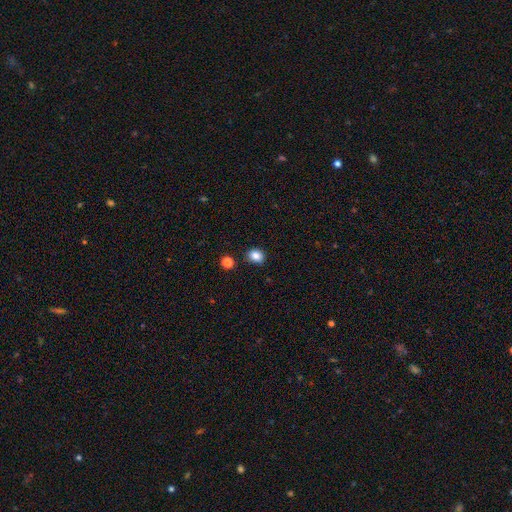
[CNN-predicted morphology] This appears to be a smooth galaxy with no disk features (84%) that is round (62%). Merging: none (85%).